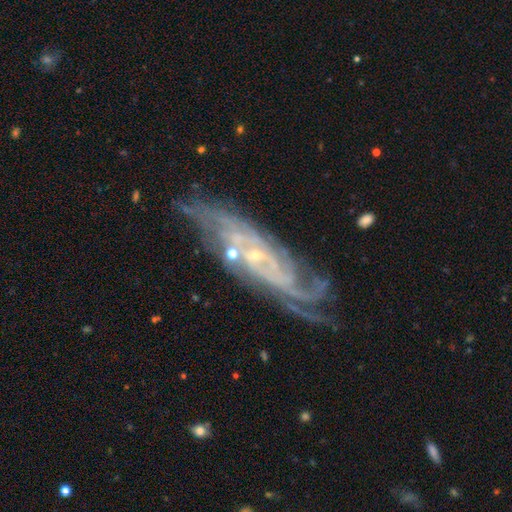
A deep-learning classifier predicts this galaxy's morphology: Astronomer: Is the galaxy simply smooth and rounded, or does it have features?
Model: featured or disk — 87%.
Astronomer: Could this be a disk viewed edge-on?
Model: no — 87%.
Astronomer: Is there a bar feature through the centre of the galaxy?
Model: no — 53% (runner-up: weak, 33%).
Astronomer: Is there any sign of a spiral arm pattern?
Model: yes — 97%.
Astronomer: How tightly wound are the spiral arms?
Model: tight — 63%.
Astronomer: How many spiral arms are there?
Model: can't tell — 25% (runner-up: 4, 20%).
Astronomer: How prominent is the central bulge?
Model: small — 82%.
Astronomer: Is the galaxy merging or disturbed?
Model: none — 70%.